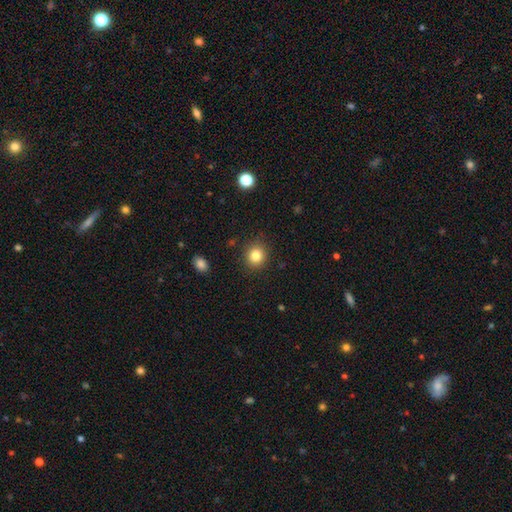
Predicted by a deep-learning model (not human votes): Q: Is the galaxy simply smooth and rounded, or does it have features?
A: smooth — 83%.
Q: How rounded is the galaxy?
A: round — 82%.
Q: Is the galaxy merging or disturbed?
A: none — 89%.